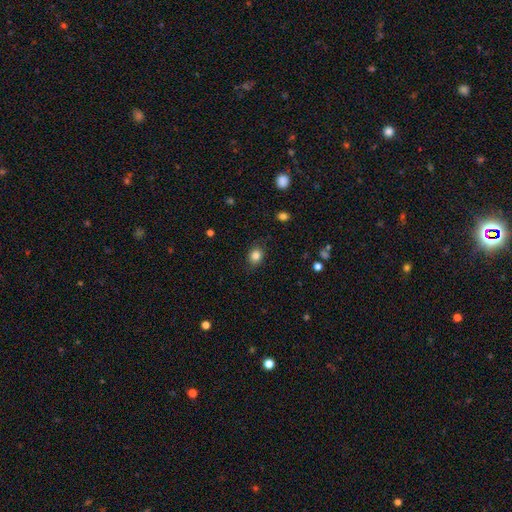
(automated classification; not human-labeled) Smooth or featured? Predicted: smooth (p=0.85). How rounded? Predicted: round (p=0.56). Merging? Predicted: none (p=0.83).